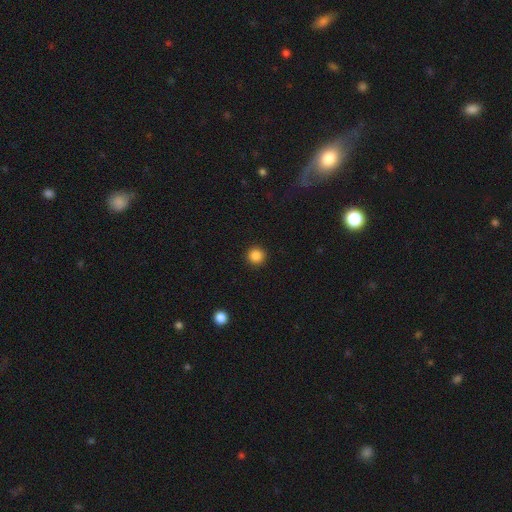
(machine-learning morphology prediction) A smooth galaxy with no disk features (86%) that is round (96%).

Vote fractions:
- Smooth or featured? smooth: 86% / star or artifact: 11% / featured or disk: 3%
- How rounded? round: 96% / in between: 3% / cigar-shaped: 1%
- Merging? none: 93% / minor disturbance: 4% / major disturbance: 2% / merger: 1%